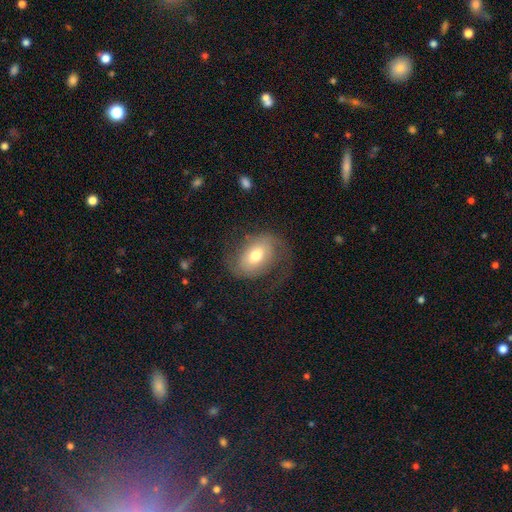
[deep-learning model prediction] This is possibly a featured or disk galaxy (59%). It is clearly not viewed edge-on (95%). Bar: possibly no (47%). Spiral arm pattern: clearly yes (81%). Central bulge: likely moderate (68%). Merging: possibly none (55%).